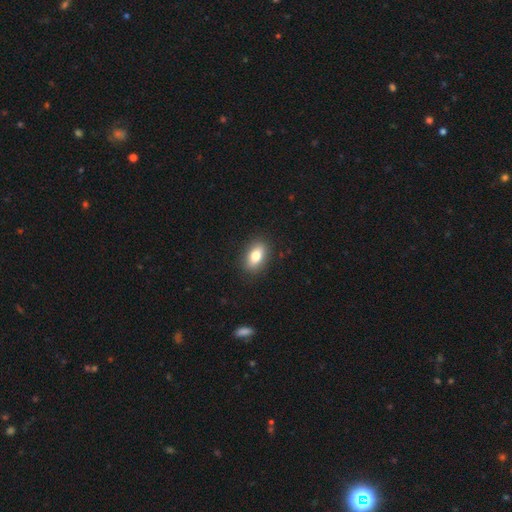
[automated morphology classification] Smooth or featured?
  - smooth: 78% *
  - featured or disk: 14%
  - star or artifact: 8%
How rounded?
  - in between: 85% *
  - round: 10%
  - cigar-shaped: 5%
Merging?
  - none: 88% *
  - minor disturbance: 8%
  - major disturbance: 2%
  - merger: 1%